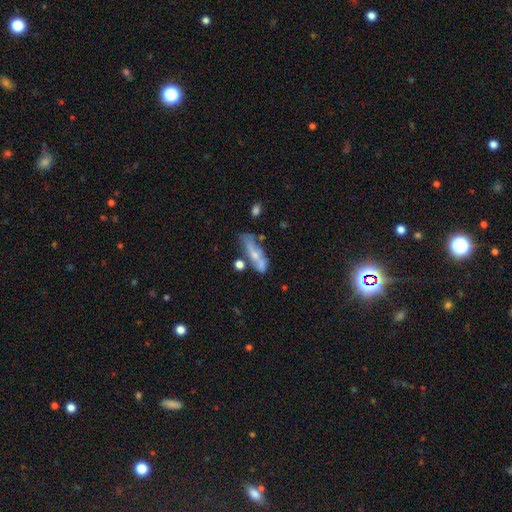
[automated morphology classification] Q: Smooth or featured?
A: smooth (46%); runner-up: featured or disk (45%)
Q: Merging?
A: none (45%); runner-up: minor disturbance (24%)